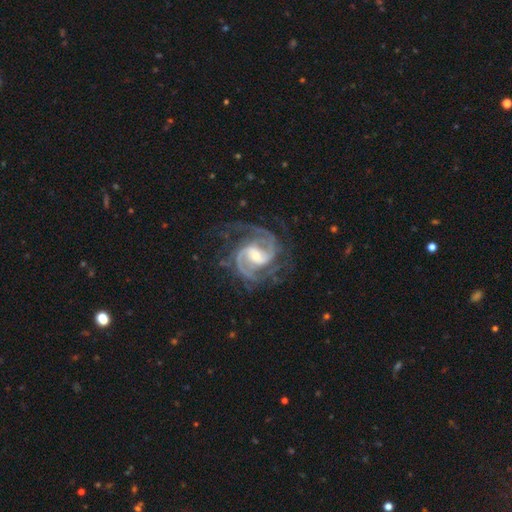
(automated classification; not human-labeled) Smooth or featured: featured or disk — 93% (star or artifact — 4%)
Edge-on disk: no — 98% (yes — 2%)
Bar: weak — 46% (no — 29%)
Spiral arms: yes — 99% (no — 1%)
Spiral winding: medium — 52% (tight — 38%)
Spiral arm count: 2 — 63% (3 — 18%)
Bulge size: small — 52% (moderate — 43%)
Merging: none — 69% (minor disturbance — 17%)